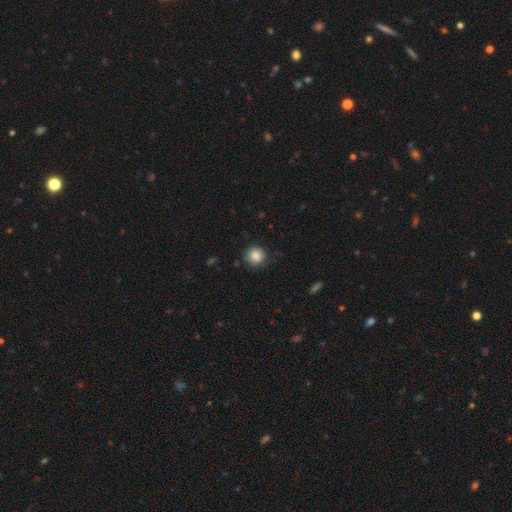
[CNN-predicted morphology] Smooth or featured?
  - smooth: 86% *
  - star or artifact: 9%
  - featured or disk: 5%
How rounded?
  - round: 92% *
  - in between: 7%
  - cigar-shaped: 1%
Merging?
  - none: 84% *
  - minor disturbance: 12%
  - major disturbance: 3%
  - merger: 1%